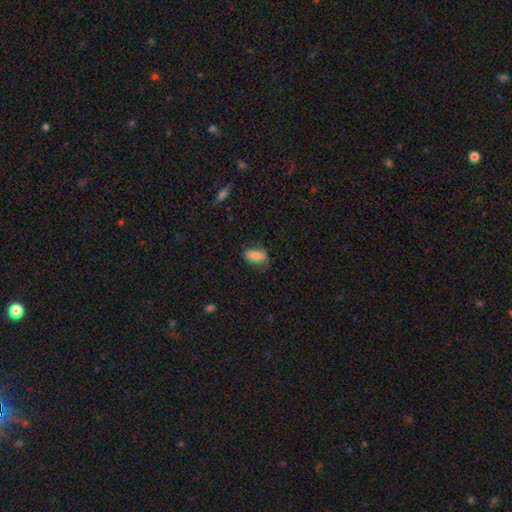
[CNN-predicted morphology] This is clearly a smooth galaxy (84%). How rounded: clearly in between (85%). Merging: likely none (67%).